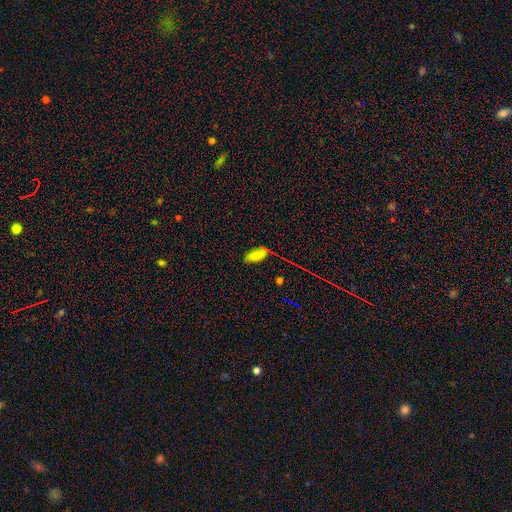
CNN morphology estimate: Smooth or featured? smooth (73%)
How rounded? in between (91%)
Merging? none (66%)